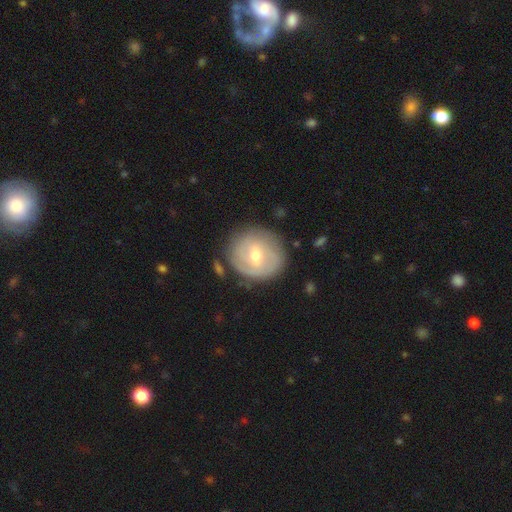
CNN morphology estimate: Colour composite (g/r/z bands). It shows a featured or disk galaxy (58%) with a weak bar (56%), spiral arms (66%) and a moderate central bulge (64%). Merging: none (76%).